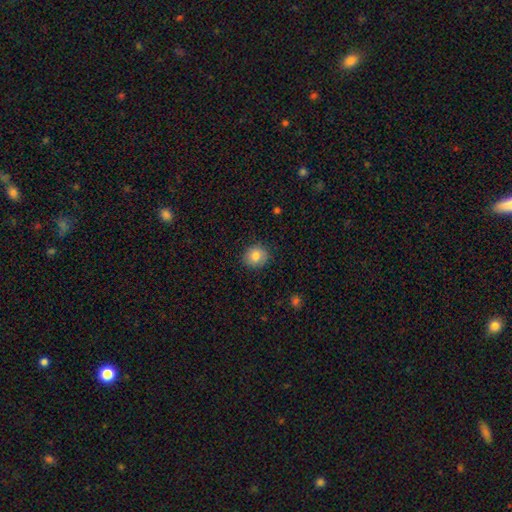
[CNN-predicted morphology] Smooth or featured: smooth — 83% (star or artifact — 9%)
How rounded: round — 80% (in between — 19%)
Merging: none — 88% (minor disturbance — 9%)